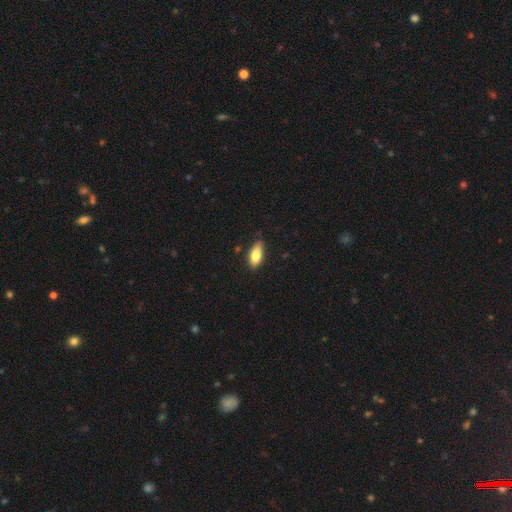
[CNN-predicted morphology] Q: Smooth or featured?
A: smooth (79%); runner-up: featured or disk (14%)
Q: How rounded?
A: in between (86%); runner-up: cigar-shaped (11%)
Q: Merging?
A: none (77%); runner-up: minor disturbance (19%)